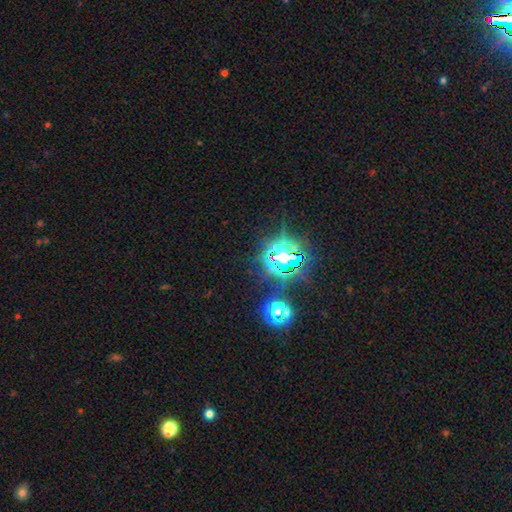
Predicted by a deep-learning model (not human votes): smooth_or_featured: star or artifact (p=0.81) [alt: smooth p=0.12]